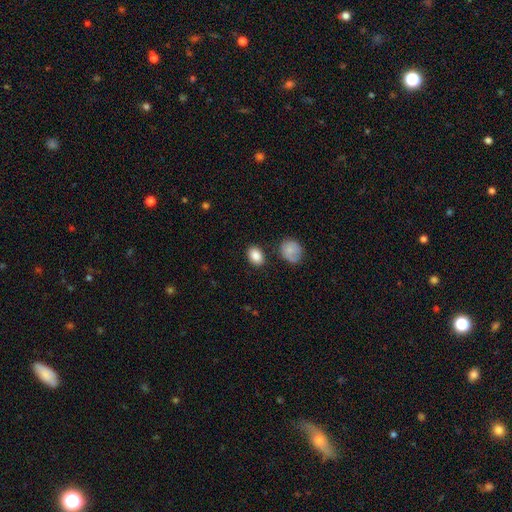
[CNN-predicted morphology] Smooth or featured?
  - smooth: 87% *
  - star or artifact: 8%
  - featured or disk: 5%
How rounded?
  - in between: 74% *
  - round: 25%
  - cigar-shaped: 1%
Merging?
  - none: 82% *
  - minor disturbance: 11%
  - merger: 4%
  - major disturbance: 3%